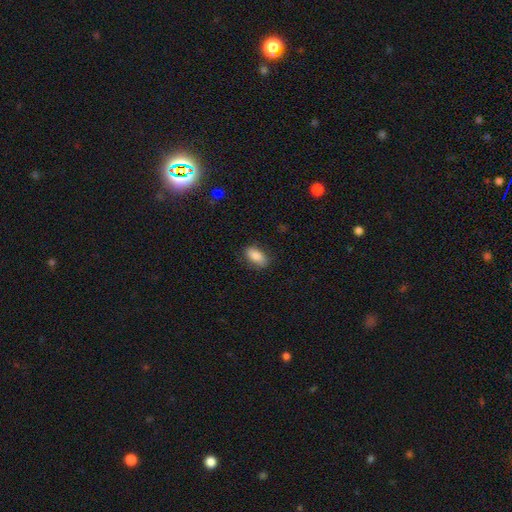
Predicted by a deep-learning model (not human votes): smooth 86%, featured or disk 7%, star or artifact 7%. Down the decision tree: how rounded — in between (89%); merging — none (82%).